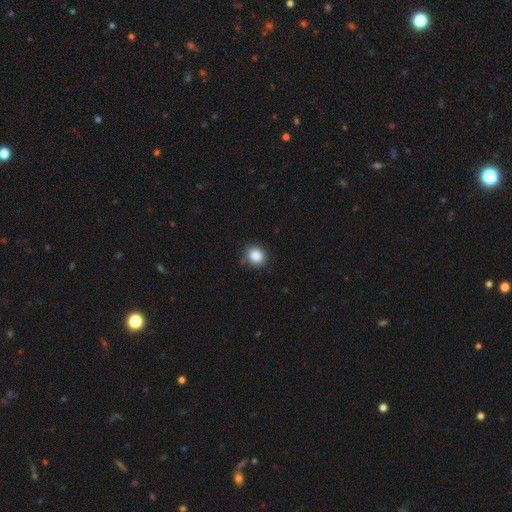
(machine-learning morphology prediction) Smooth or featured? smooth (86%)
How rounded? round (75%)
Merging? none (82%)